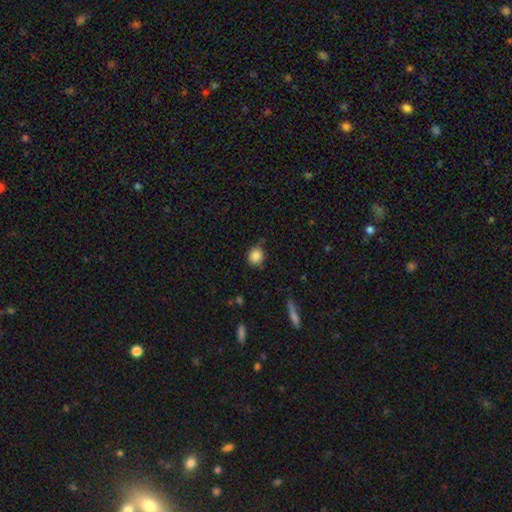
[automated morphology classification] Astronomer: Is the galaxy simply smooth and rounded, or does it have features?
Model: smooth — 85%.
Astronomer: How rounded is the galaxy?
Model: round — 84%.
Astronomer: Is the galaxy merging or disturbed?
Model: none — 79%.